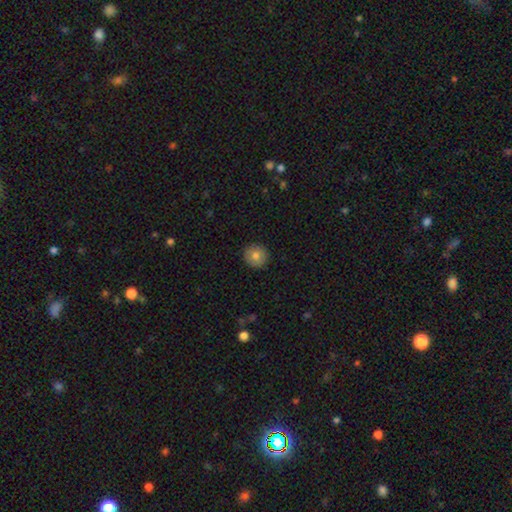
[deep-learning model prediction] A smooth galaxy with no disk features (80%) that is round (94%).

Vote fractions:
- Smooth or featured? smooth: 80% / featured or disk: 12% / star or artifact: 8%
- How rounded? round: 94% / in between: 5% / cigar-shaped: 1%
- Merging? none: 92% / minor disturbance: 6% / major disturbance: 2% / merger: 1%